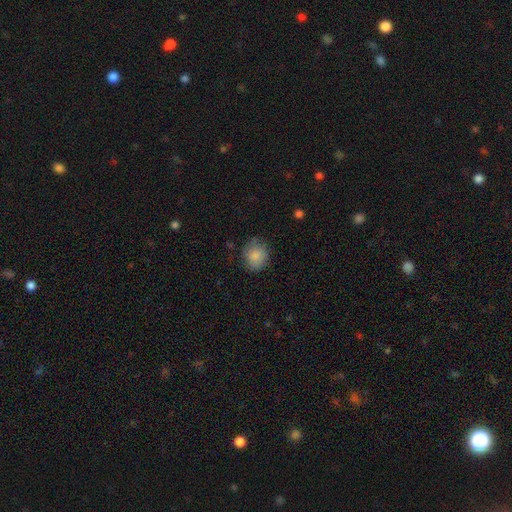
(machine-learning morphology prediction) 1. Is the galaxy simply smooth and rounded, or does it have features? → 85% smooth, 8% star or artifact, 8% featured or disk.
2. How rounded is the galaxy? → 79% round, 20% in between, 1% cigar-shaped.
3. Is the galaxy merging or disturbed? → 75% none, 19% minor disturbance, 5% major disturbance, 1% merger.